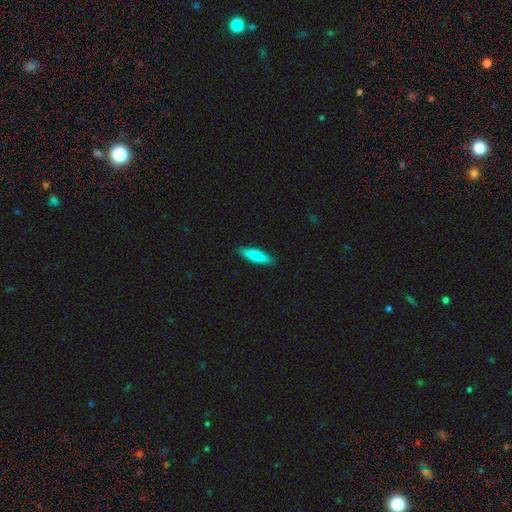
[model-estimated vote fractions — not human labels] Overall: smooth (82%). How rounded: cigar-shaped (66%; in between 32%). Merging: none (90%).